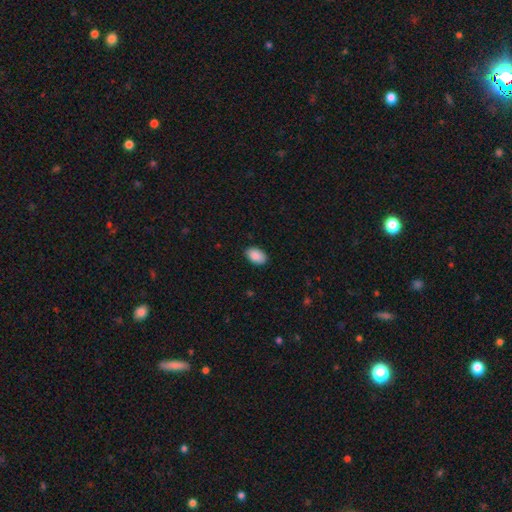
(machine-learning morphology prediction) type=smooth (90%); roundness=in between (92%); merging=none (88%).